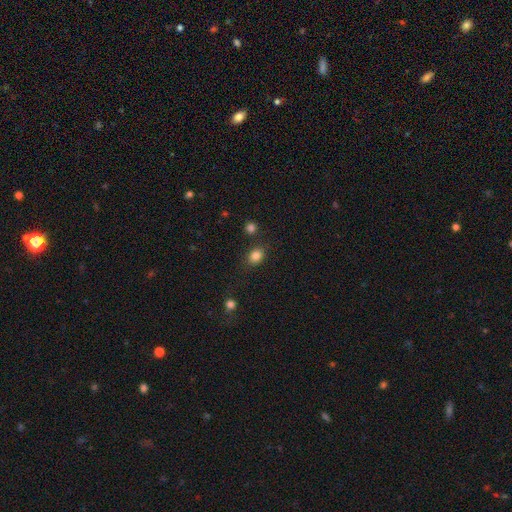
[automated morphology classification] Smooth or featured: smooth — 83% (star or artifact — 11%)
How rounded: in between — 59% (round — 40%)
Merging: none — 78% (minor disturbance — 13%)